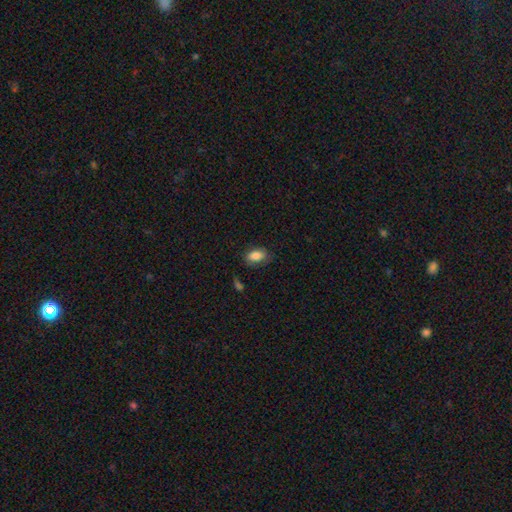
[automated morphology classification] This is clearly a smooth galaxy (84%). How rounded: clearly in between (89%). Merging: likely none (72%).